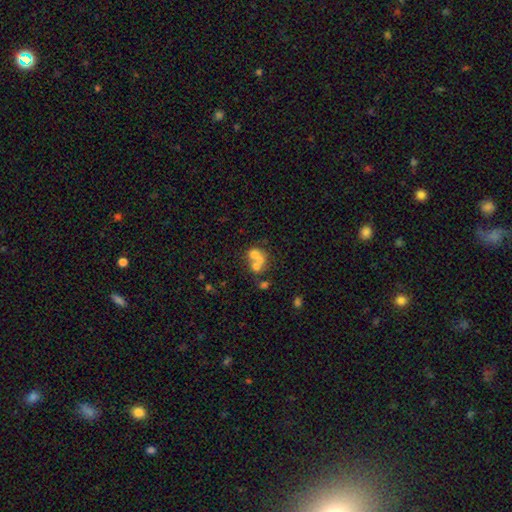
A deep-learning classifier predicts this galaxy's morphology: Smooth or featured: smooth — 55% (featured or disk — 30%)
How rounded: round — 63% (in between — 36%)
Merging: merger — 63% (none — 24%)